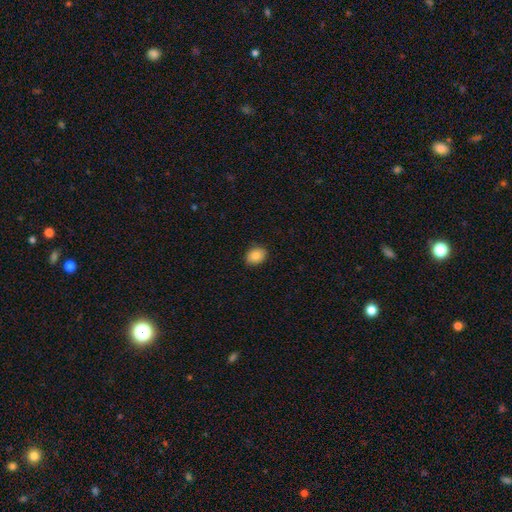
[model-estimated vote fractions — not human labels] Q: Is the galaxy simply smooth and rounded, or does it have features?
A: smooth — 87%.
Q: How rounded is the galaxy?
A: in between — 58%.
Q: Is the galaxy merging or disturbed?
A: none — 88%.